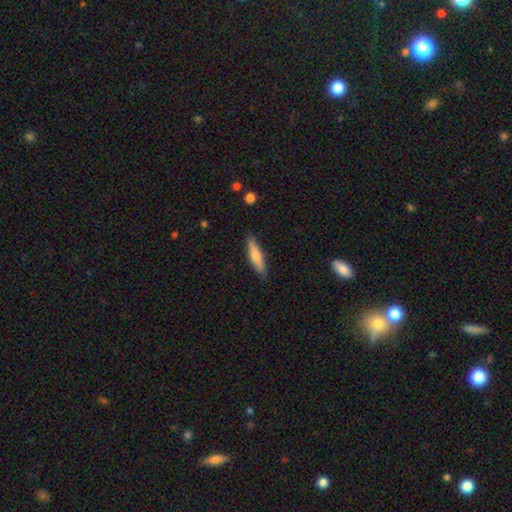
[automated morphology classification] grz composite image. It shows a smooth galaxy with no disk features (69%) that is cigar-shaped (82%). Merging: none (86%).